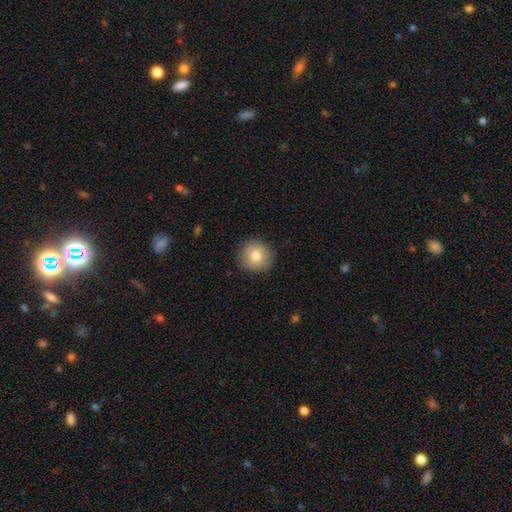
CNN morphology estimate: Smooth or featured?
  - smooth: 81% *
  - featured or disk: 11%
  - star or artifact: 9%
How rounded?
  - round: 92% *
  - in between: 7%
  - cigar-shaped: 1%
Merging?
  - none: 89% *
  - minor disturbance: 8%
  - major disturbance: 2%
  - merger: 1%